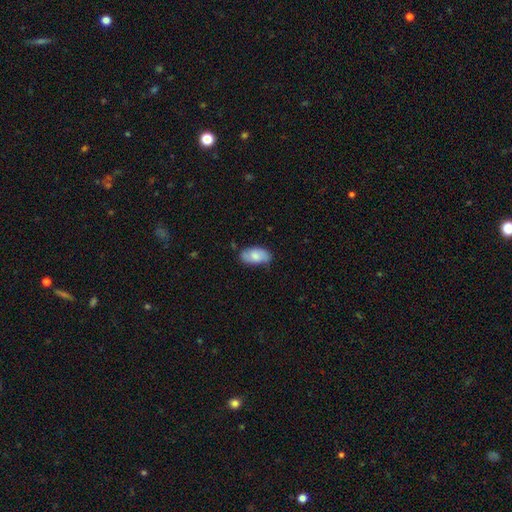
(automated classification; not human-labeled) Q: Smooth or featured?
A: smooth (73%); runner-up: featured or disk (21%)
Q: How rounded?
A: in between (94%); runner-up: round (4%)
Q: Merging?
A: none (69%); runner-up: minor disturbance (24%)